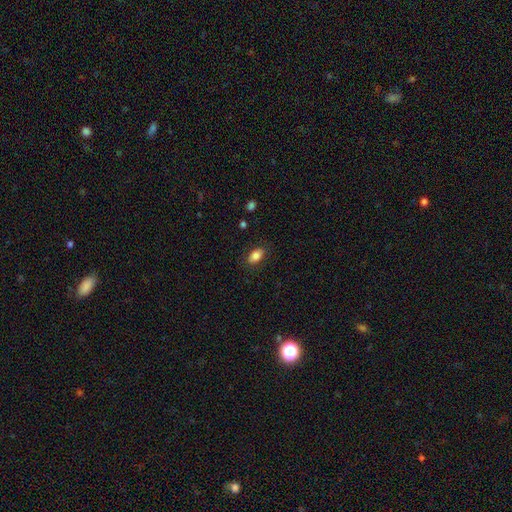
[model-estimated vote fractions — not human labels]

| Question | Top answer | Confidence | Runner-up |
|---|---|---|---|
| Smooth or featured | smooth | 85% | star or artifact (8%) |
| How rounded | in between | 88% | round (9%) |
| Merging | none | 85% | minor disturbance (11%) |